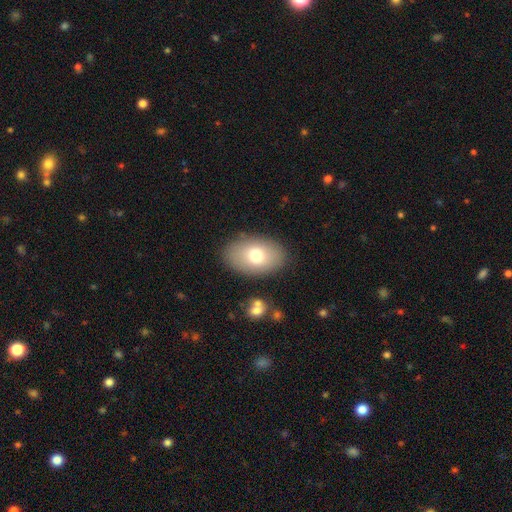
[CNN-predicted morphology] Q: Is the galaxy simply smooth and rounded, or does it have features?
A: smooth — 73%.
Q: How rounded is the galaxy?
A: in between — 89%.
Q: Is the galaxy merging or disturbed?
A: none — 85%.